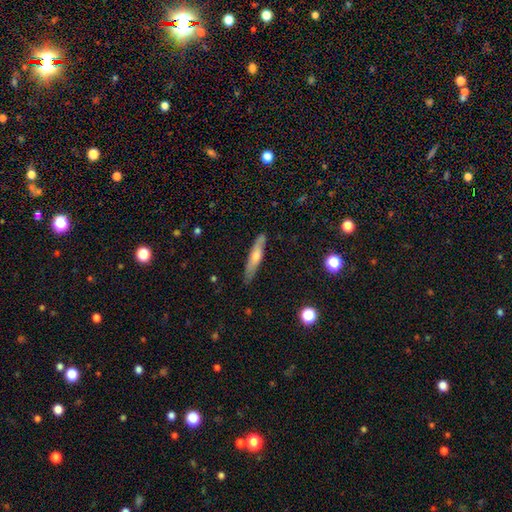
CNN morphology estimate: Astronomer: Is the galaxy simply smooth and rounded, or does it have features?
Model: smooth — 49% (runner-up: featured or disk, 44%).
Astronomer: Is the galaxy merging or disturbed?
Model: none — 82%.